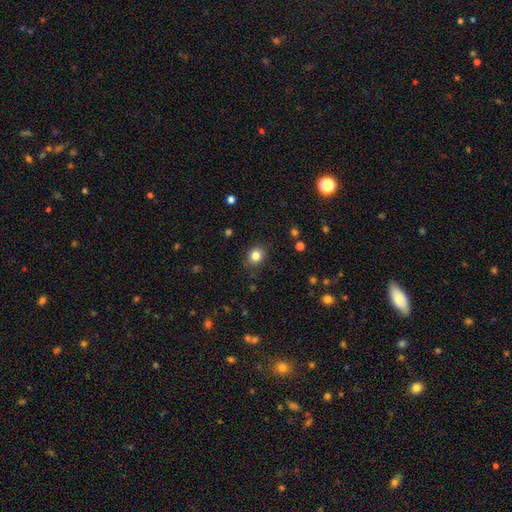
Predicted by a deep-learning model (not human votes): smooth-or-featured: smooth: 84% | star or artifact: 11% | featured or disk: 6%
  how-rounded: round: 64% | in between: 35% | cigar-shaped: 1%
  merging: none: 84% | minor disturbance: 12% | major disturbance: 3% | merger: 1%